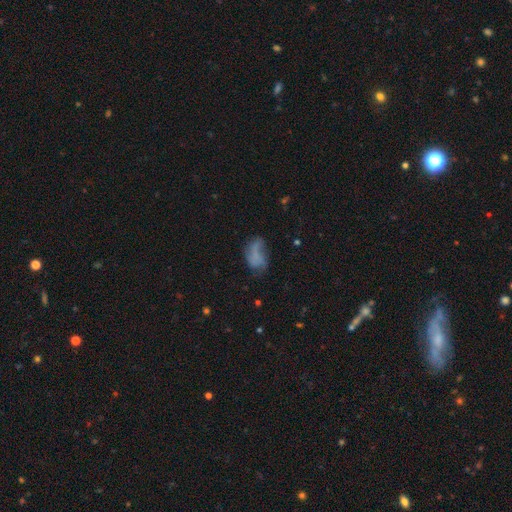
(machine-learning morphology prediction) Smooth or featured?
  - smooth: 46% *
  - featured or disk: 42%
  - star or artifact: 13%
Merging?
  - none: 36% *
  - major disturbance: 32%
  - minor disturbance: 27%
  - merger: 5%